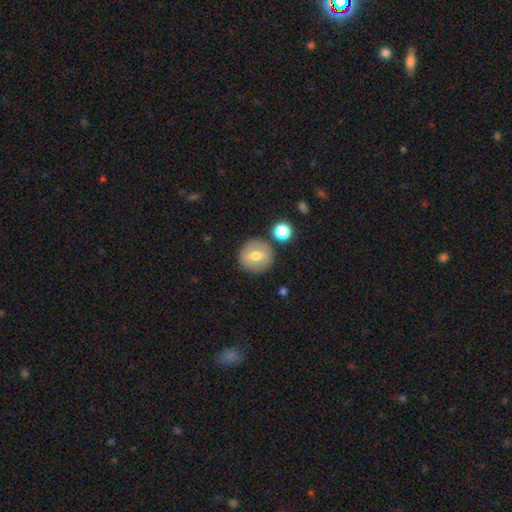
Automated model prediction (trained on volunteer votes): Smooth or featured? smooth (62%)
How rounded? round (91%)
Merging? none (82%)